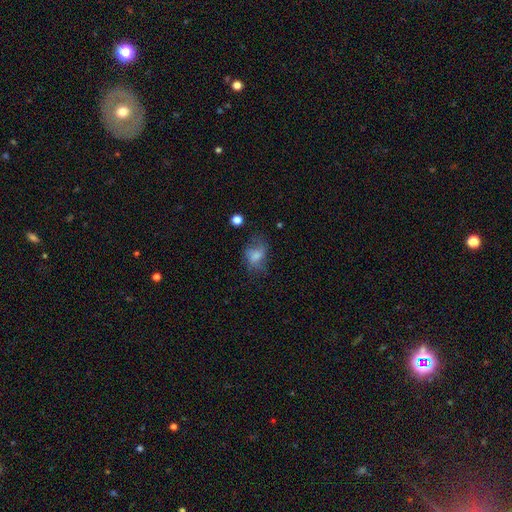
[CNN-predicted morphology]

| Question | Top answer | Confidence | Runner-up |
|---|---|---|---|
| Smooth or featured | smooth | 64% | featured or disk (24%) |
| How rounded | in between | 68% | round (30%) |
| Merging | none | 43% | major disturbance (27%) |